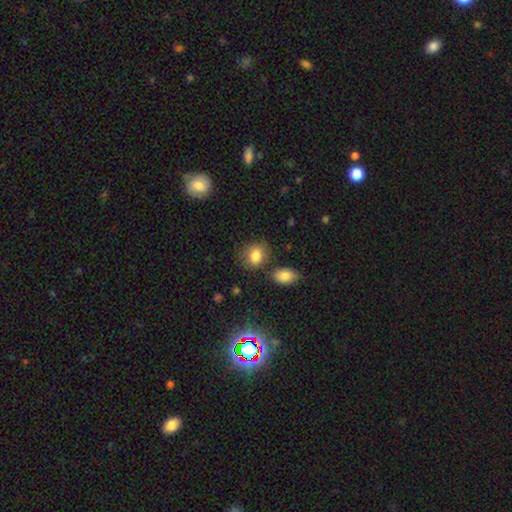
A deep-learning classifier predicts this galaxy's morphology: Smooth or featured? smooth (83%)
How rounded? round (55%)
Merging? none (73%)